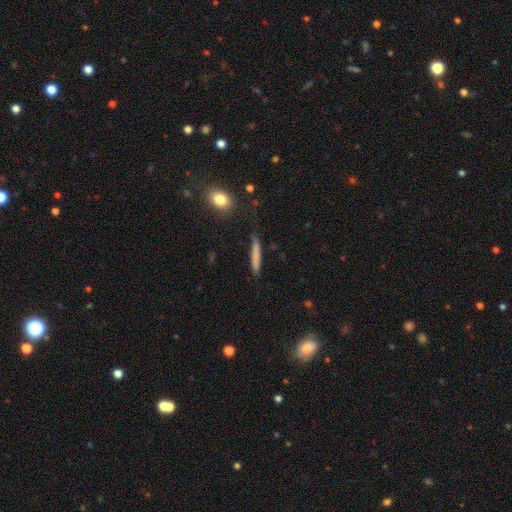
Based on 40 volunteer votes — This appears to be a smooth galaxy with no disk features (70%) that is cigar-shaped (96%). Merging: none (70%).